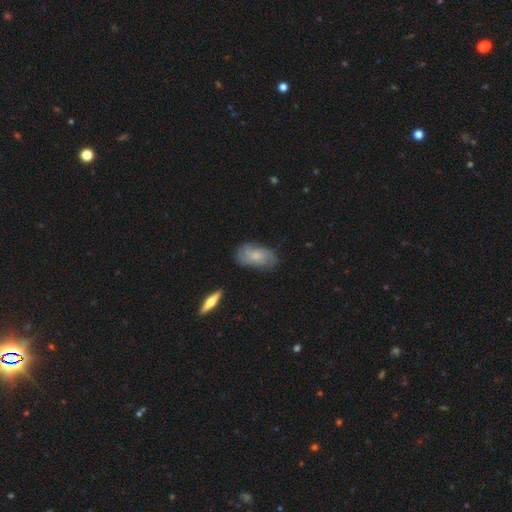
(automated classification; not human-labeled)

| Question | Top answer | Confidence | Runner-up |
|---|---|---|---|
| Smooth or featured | smooth | 47% | featured or disk (46%) |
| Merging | none | 70% | minor disturbance (23%) |